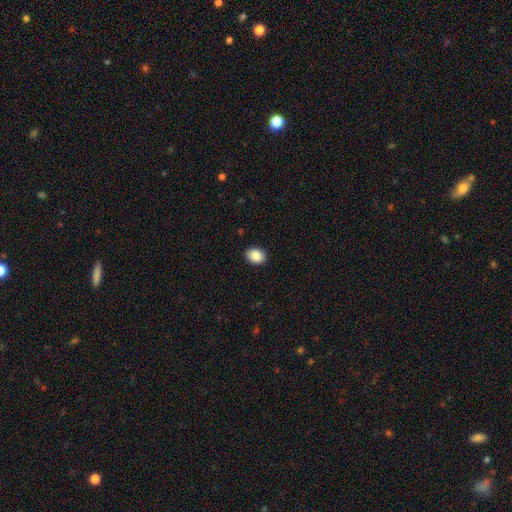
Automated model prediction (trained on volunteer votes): A smooth galaxy with no disk features (88%) that is in between round and cigar-shaped (62%). Merging: none (91%).